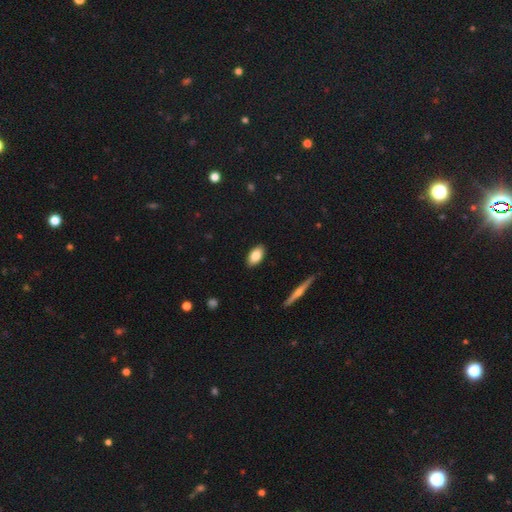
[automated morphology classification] The model was most divided on "smooth or featured": smooth: 83%, featured or disk: 10%, star or artifact: 7%. More confident: how rounded — in between (92%); merging — none (89%).